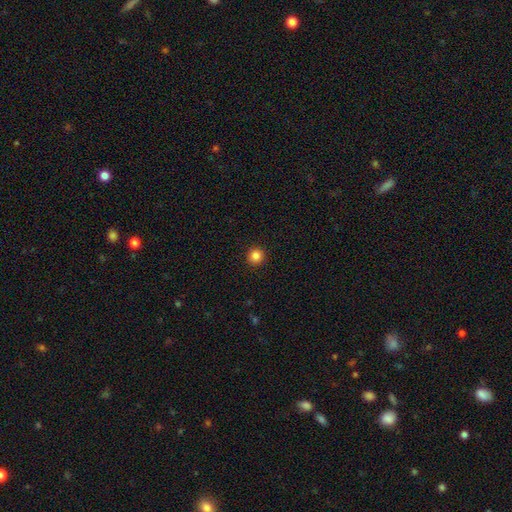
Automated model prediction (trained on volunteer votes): Smooth or featured? smooth (84%)
How rounded? round (95%)
Merging? none (93%)